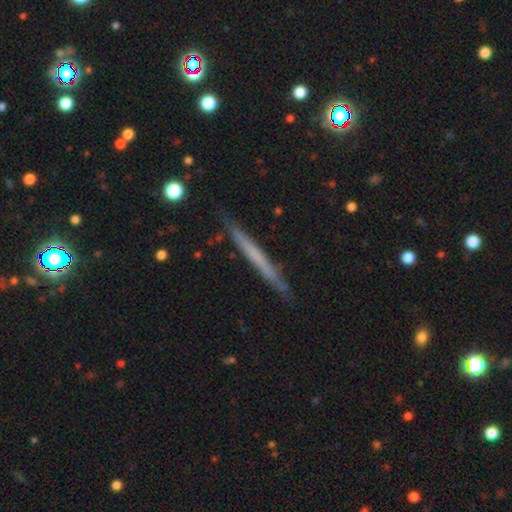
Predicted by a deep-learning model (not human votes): Smooth or featured: featured or disk — 48% (smooth — 45%)
Merging: none — 88% (minor disturbance — 9%)